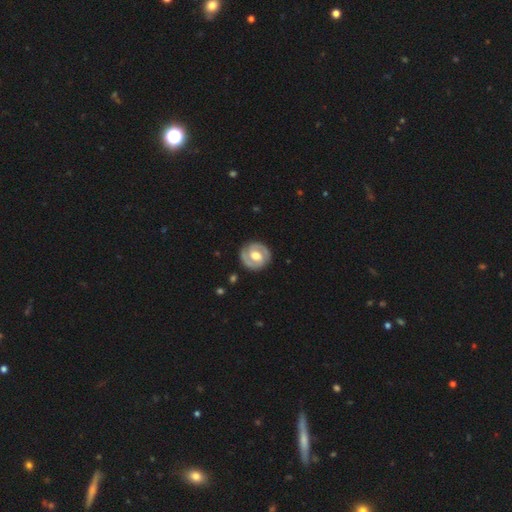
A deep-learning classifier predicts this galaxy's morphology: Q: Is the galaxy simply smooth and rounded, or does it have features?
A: featured or disk — 77%.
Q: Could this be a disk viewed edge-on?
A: no — 98%.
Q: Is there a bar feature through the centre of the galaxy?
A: weak — 45%.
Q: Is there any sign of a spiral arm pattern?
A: yes — 85%.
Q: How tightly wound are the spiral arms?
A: tight — 57%.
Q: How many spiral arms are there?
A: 2 — 88%.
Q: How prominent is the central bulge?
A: moderate — 64%.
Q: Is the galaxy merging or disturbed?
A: none — 86%.